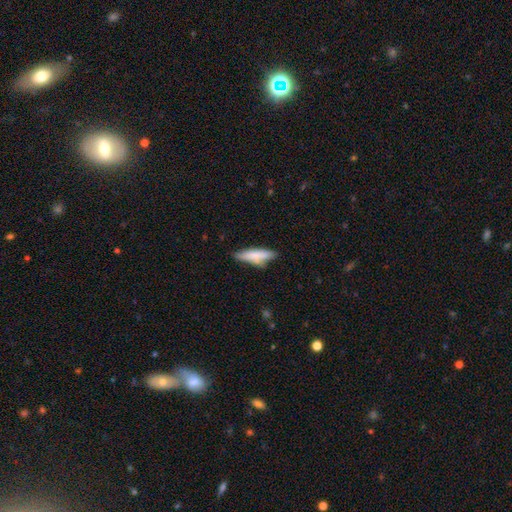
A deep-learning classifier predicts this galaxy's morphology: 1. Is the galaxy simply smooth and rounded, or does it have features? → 72% smooth, 22% featured or disk, 6% star or artifact.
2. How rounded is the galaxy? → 69% cigar-shaped, 29% in between, 2% round.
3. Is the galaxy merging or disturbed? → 68% none, 21% minor disturbance, 5% merger, 5% major disturbance.